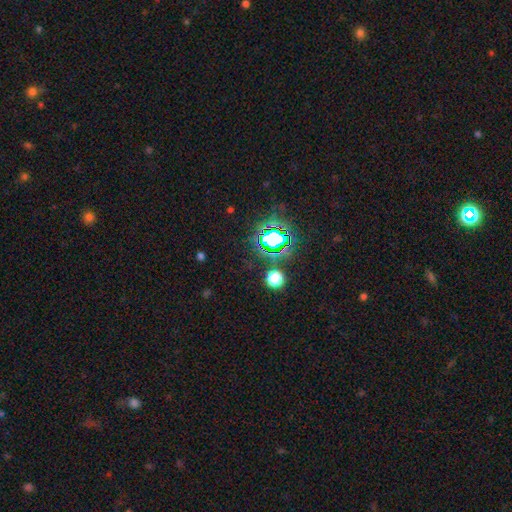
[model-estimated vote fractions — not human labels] A star or artifact, not a galaxy (77%).